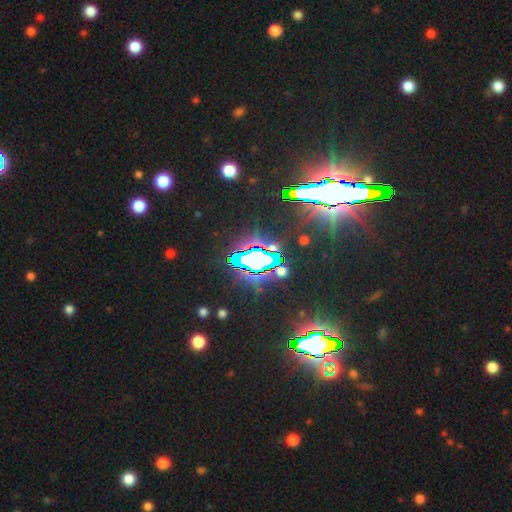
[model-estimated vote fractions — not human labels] A star or artifact, not a galaxy (76%).